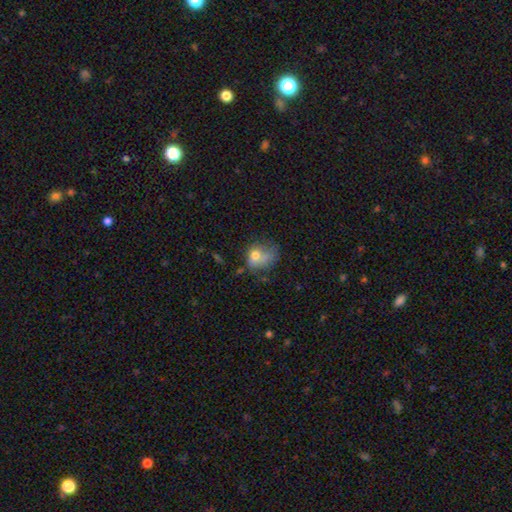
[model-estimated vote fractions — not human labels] This appears to be a smooth galaxy with no disk features (68%) that is in between round and cigar-shaped (52%). Merging: major disturbance (34%).